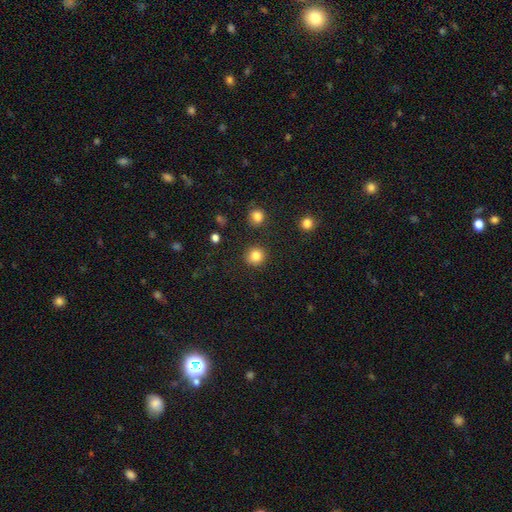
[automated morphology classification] A smooth galaxy with no disk features (85%) that is round (92%).

Vote fractions:
- Smooth or featured? smooth: 85% / star or artifact: 11% / featured or disk: 5%
- How rounded? round: 92% / in between: 7% / cigar-shaped: 1%
- Merging? none: 90% / minor disturbance: 6% / major disturbance: 2% / merger: 2%